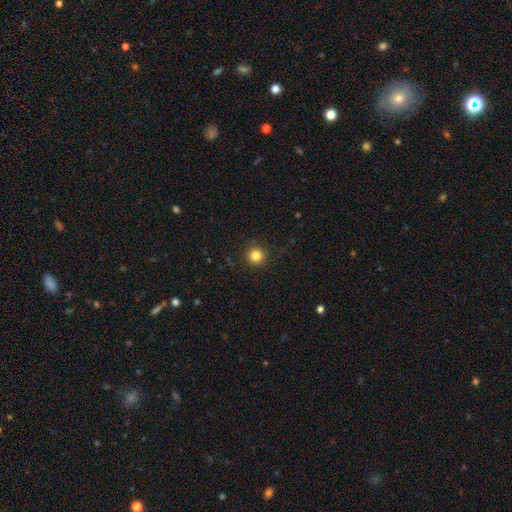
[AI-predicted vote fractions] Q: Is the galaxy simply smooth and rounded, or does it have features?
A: smooth — 82%.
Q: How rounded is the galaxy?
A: round — 95%.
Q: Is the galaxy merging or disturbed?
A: none — 90%.